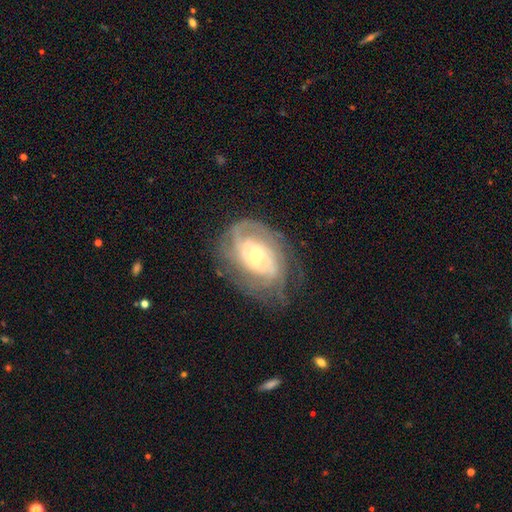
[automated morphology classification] Smooth or featured? Predicted: featured or disk (p=0.83). Edge-on disk? Predicted: no (p=0.96). Bar? Predicted: no (p=0.49). Spiral arms? Predicted: yes (p=0.90). Spiral winding? Predicted: tight (p=0.62). Spiral arm count? Predicted: can't tell (p=0.43). Bulge size? Predicted: moderate (p=0.49). Merging? Predicted: none (p=0.65).